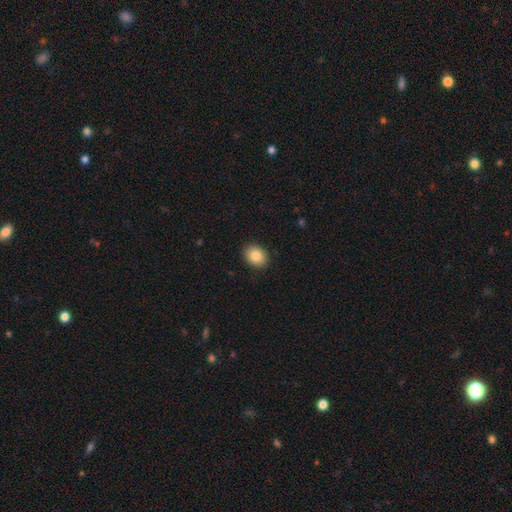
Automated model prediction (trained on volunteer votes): smooth-or-featured: smooth: 85% | star or artifact: 8% | featured or disk: 7%
  how-rounded: in between: 59% | round: 40% | cigar-shaped: 1%
  merging: none: 90% | minor disturbance: 7% | major disturbance: 2% | merger: 1%